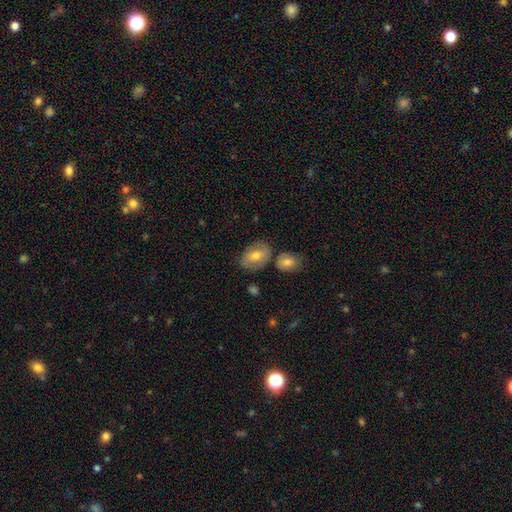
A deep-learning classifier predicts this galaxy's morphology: This appears to be a smooth galaxy with no disk features (58%) that is in between round and cigar-shaped (78%). Merging: none (67%).